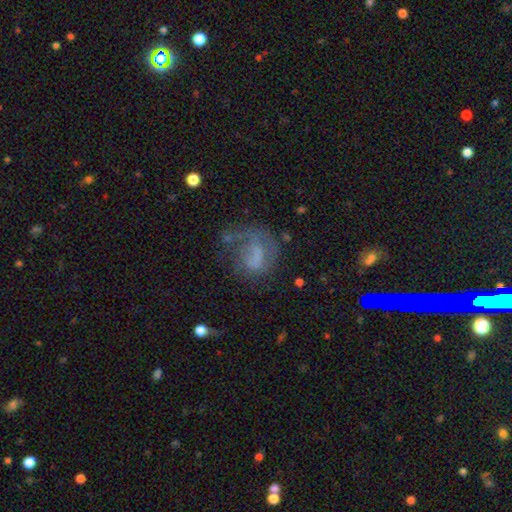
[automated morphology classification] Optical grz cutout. It shows a featured or disk galaxy (48%). Merging: major disturbance (38%).